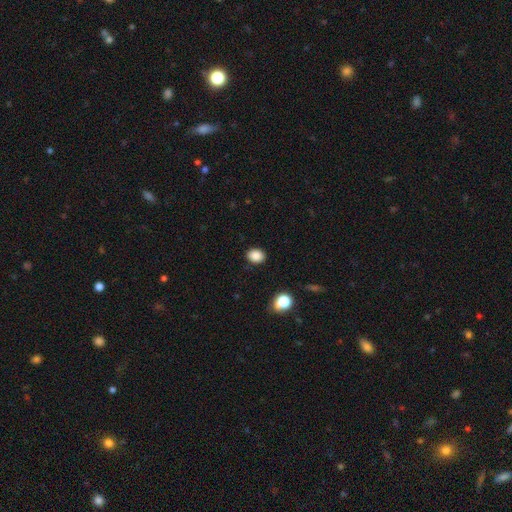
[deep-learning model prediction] Smooth or featured?
  - smooth: 87% *
  - star or artifact: 10%
  - featured or disk: 3%
How rounded?
  - in between: 52% *
  - round: 47%
  - cigar-shaped: 1%
Merging?
  - none: 88% *
  - minor disturbance: 8%
  - major disturbance: 2%
  - merger: 1%